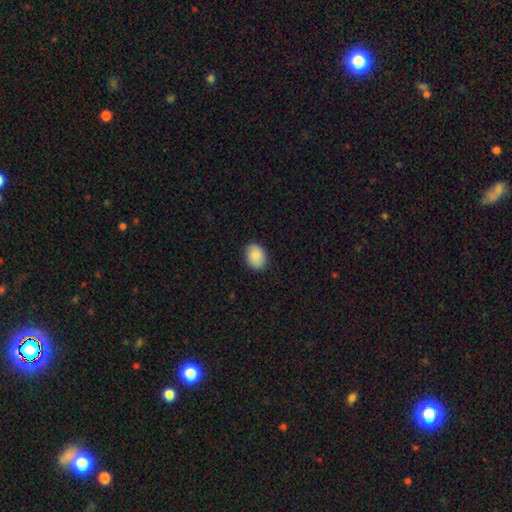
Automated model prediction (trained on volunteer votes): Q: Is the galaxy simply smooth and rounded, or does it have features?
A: smooth — 86%.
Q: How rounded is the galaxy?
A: in between — 63%.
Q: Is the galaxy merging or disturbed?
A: none — 86%.